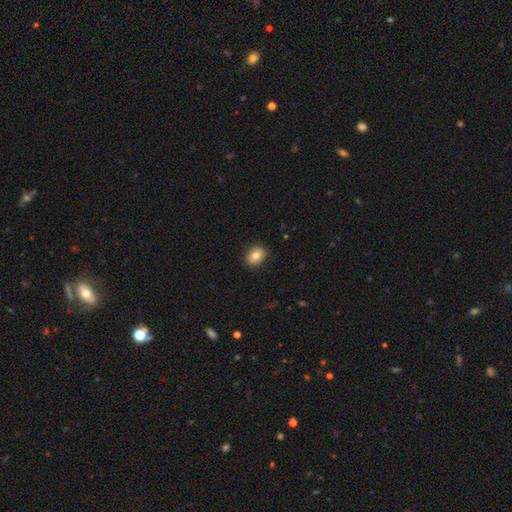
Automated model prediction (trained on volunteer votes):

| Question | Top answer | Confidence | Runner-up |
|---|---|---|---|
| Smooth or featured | smooth | 81% | featured or disk (10%) |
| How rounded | in between | 53% | round (46%) |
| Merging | none | 90% | minor disturbance (7%) |